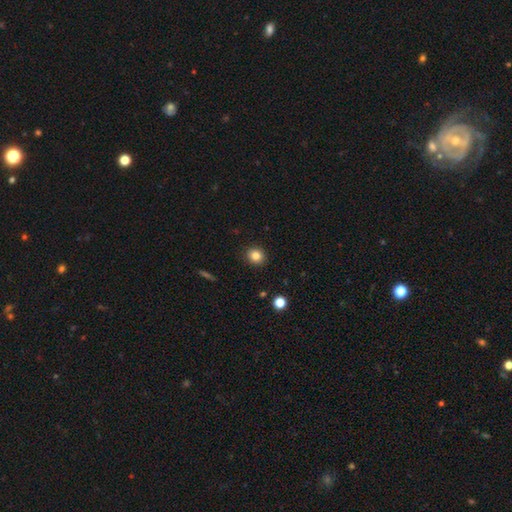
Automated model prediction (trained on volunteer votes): The model was most divided on "how rounded": round: 84%, in between: 15%, cigar-shaped: 1%. More confident: merging — none (91%); smooth or featured — smooth (83%).